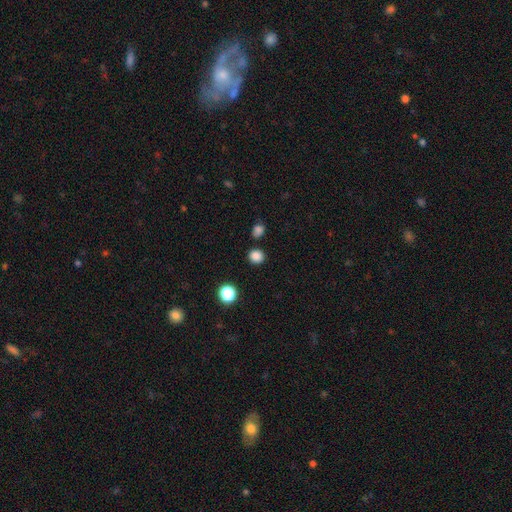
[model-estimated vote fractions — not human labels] This appears to be a smooth galaxy with no disk features (84%) that is round (89%). Merging: none (86%).